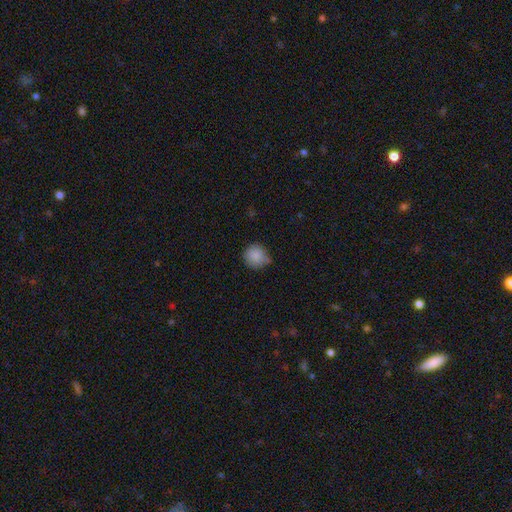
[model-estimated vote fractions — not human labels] Smooth or featured?
  - smooth: 87% *
  - star or artifact: 9%
  - featured or disk: 5%
How rounded?
  - round: 90% *
  - in between: 9%
  - cigar-shaped: 1%
Merging?
  - none: 65% *
  - minor disturbance: 27%
  - major disturbance: 4%
  - merger: 4%